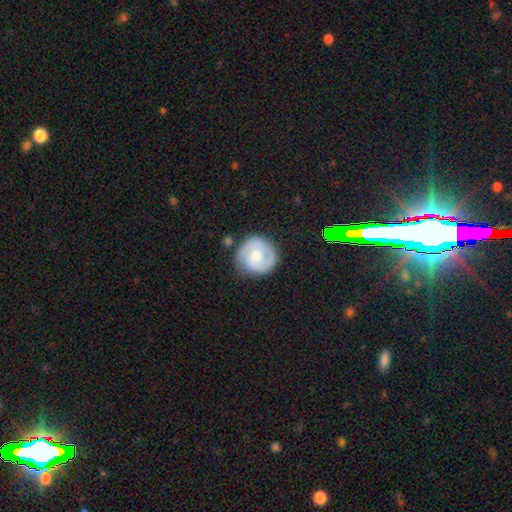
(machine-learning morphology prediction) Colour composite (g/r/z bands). It shows a featured or disk galaxy (65%) with no bar (54%), 2 (71%) tight (48%) spiral arms (87%) and a moderate central bulge (54%). Merging: none (77%).